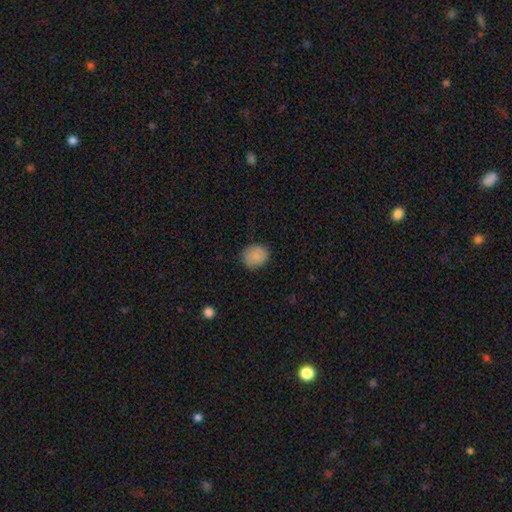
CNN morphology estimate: smooth_or_featured: smooth (p=0.86) [alt: star or artifact p=0.09]
how_rounded: round (p=0.73) [alt: in between p=0.26]
merging: none (p=0.82) [alt: minor disturbance p=0.14]